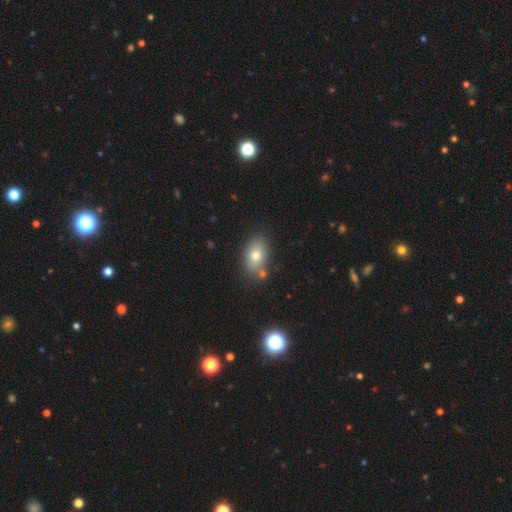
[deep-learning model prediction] A smooth galaxy with no disk features (75%) that is in between round and cigar-shaped (84%).

Vote fractions:
- Smooth or featured? smooth: 75% / featured or disk: 15% / star or artifact: 10%
- How rounded? in between: 84% / round: 14% / cigar-shaped: 2%
- Merging? none: 74% / minor disturbance: 13% / merger: 9% / major disturbance: 3%